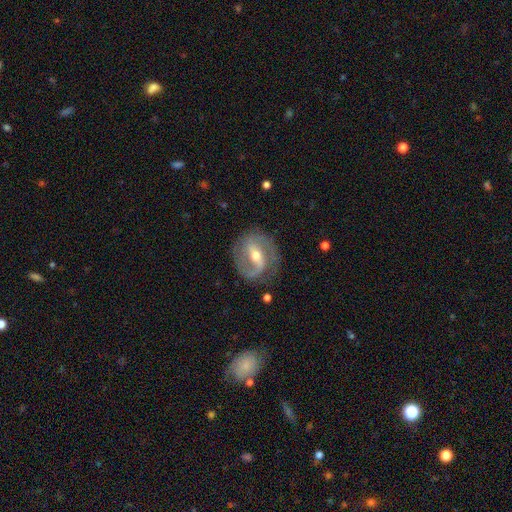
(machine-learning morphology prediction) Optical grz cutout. It shows a featured or disk galaxy (84%) with a strong bar (44%), 2 (79%) medium (49%) spiral arms (91%) and a moderate central bulge (62%). Merging: none (77%).